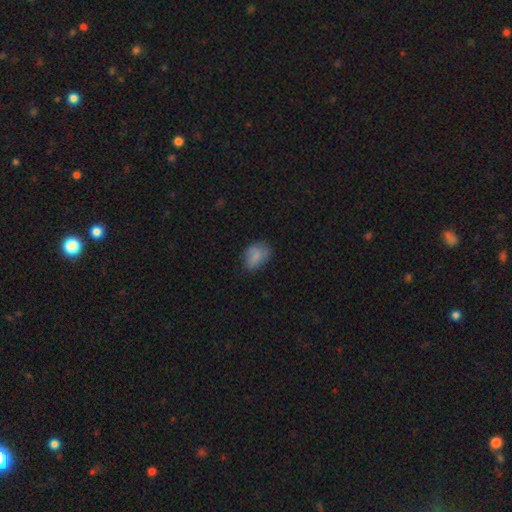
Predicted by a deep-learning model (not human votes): Smooth or featured? Predicted: smooth (p=0.79). How rounded? Predicted: in between (p=0.77). Merging? Predicted: none (p=0.63).